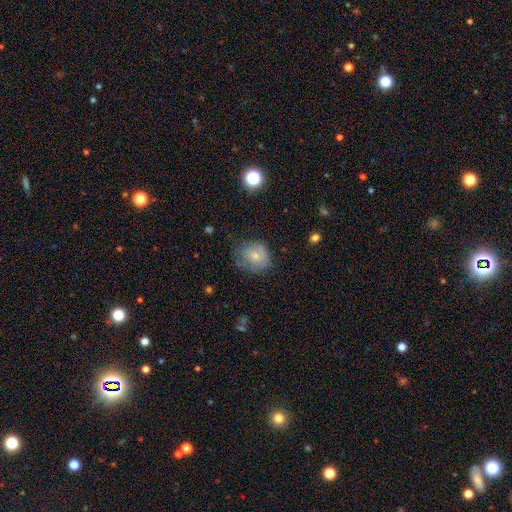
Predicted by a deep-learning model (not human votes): Smooth or featured?
  - smooth: 64% *
  - featured or disk: 27%
  - star or artifact: 9%
How rounded?
  - round: 70% *
  - in between: 29%
  - cigar-shaped: 1%
Merging?
  - none: 58% *
  - minor disturbance: 28%
  - major disturbance: 11%
  - merger: 2%